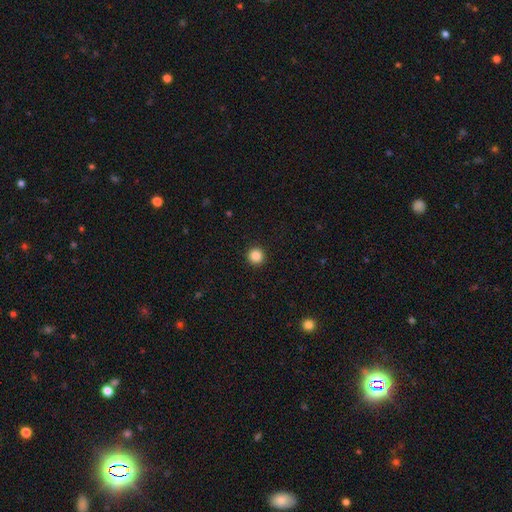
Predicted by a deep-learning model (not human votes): A smooth galaxy with no disk features (86%) that is round (96%). Merging: none (93%).